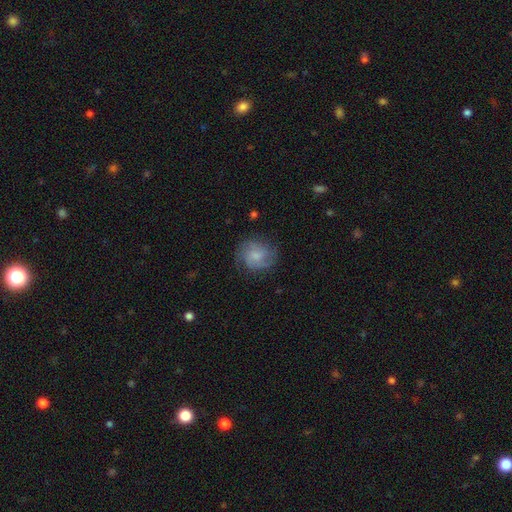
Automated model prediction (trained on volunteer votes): A featured or disk galaxy (52%) with no bar (60%), spiral arms (89%) and a small central bulge (42%).

Vote fractions:
- Smooth or featured? featured or disk: 52% / smooth: 40% / star or artifact: 8%
- Edge-on disk? no: 98% / yes: 2%
- Bar? no: 60% / weak: 35% / strong: 5%
- Spiral arms? yes: 89% / no: 11%
- Bulge size? small: 42% / moderate: 28% / none: 24% / large: 5% / dominant: 1%
- Merging? none: 73% / minor disturbance: 17% / major disturbance: 8% / merger: 1%